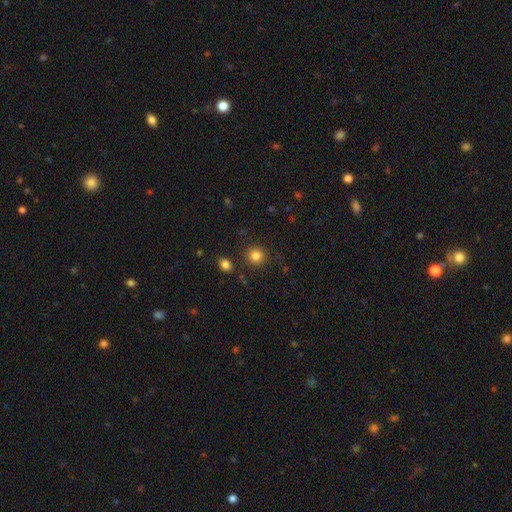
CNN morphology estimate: Smooth or featured? Predicted: smooth (p=0.84). How rounded? Predicted: round (p=0.91). Merging? Predicted: none (p=0.87).